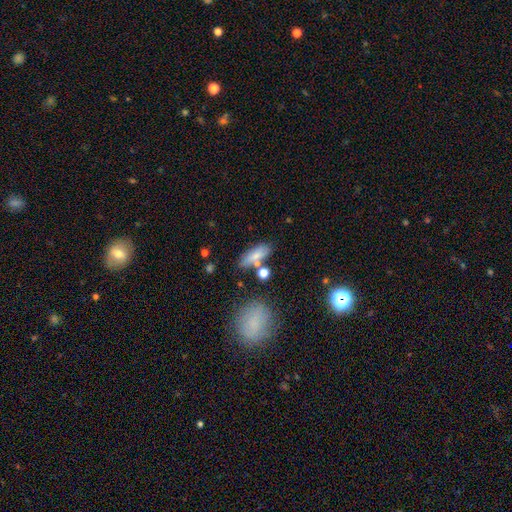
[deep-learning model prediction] Overall: smooth (73%). How rounded: in between (62%; cigar-shaped 31%). Merging: none (64%).